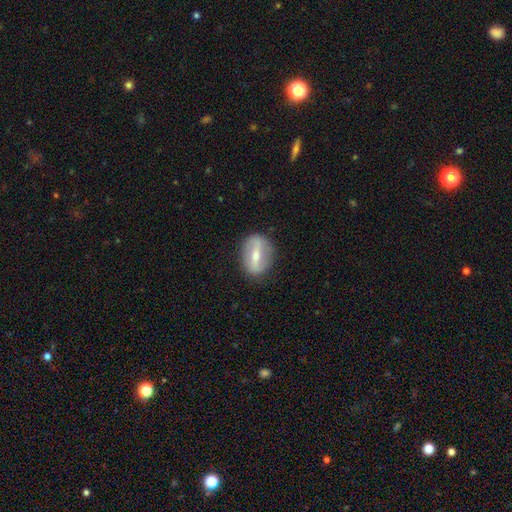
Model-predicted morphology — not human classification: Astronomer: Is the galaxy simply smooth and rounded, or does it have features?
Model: featured or disk — 62%.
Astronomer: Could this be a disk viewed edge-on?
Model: no — 83%.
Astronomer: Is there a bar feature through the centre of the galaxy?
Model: strong — 68%.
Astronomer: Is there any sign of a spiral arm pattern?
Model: no — 66%.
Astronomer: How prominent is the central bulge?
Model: moderate — 48%, tied with small at 48%.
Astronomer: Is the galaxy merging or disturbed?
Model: none — 84%.